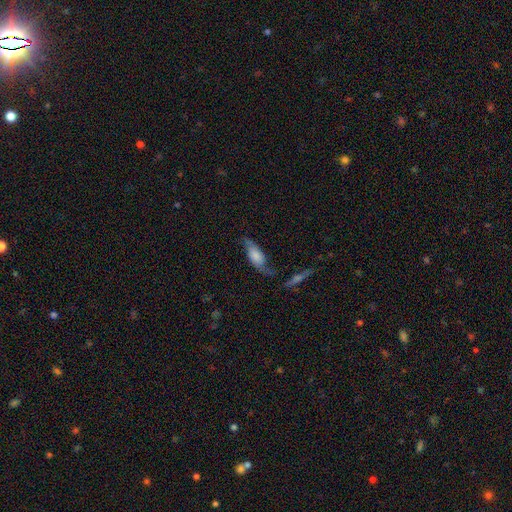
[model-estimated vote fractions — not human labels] smooth_or_featured: featured or disk (p=0.47) [alt: smooth p=0.45]
merging: none (p=0.49) [alt: minor disturbance p=0.27]